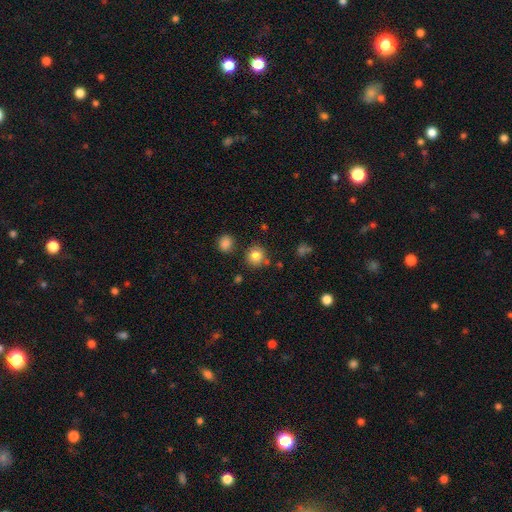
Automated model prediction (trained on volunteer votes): smooth 82%, star or artifact 12%, featured or disk 7%. Down the decision tree: how rounded — round (91%); merging — none (81%).